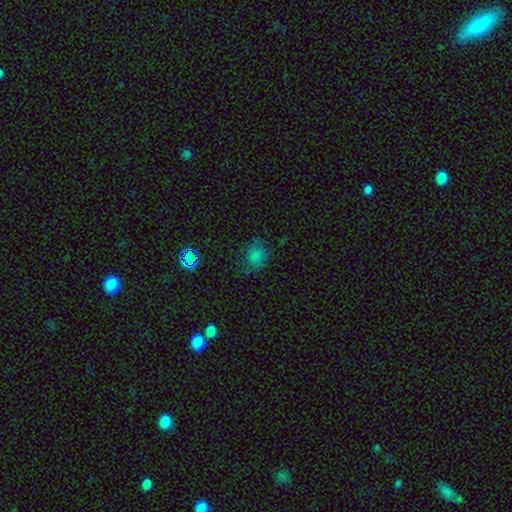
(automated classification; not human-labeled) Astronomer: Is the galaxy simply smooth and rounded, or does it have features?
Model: smooth — 70%.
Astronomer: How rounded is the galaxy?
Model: round — 61% (runner-up: in between, 37%).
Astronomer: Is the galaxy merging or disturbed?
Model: none — 59%.